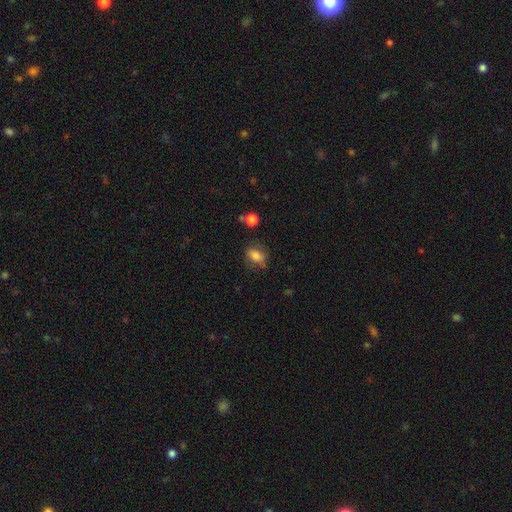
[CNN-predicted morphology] A smooth galaxy with no disk features (74%) that is in between round and cigar-shaped (72%). Merging: none (65%).